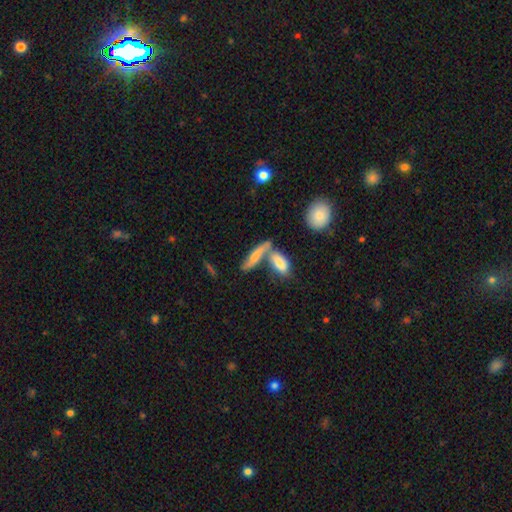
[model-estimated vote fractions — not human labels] smooth_or_featured: smooth (p=0.63) [alt: featured or disk p=0.29]
how_rounded: cigar-shaped (p=0.58) [alt: in between p=0.39]
merging: merger (p=0.52) [alt: none p=0.32]